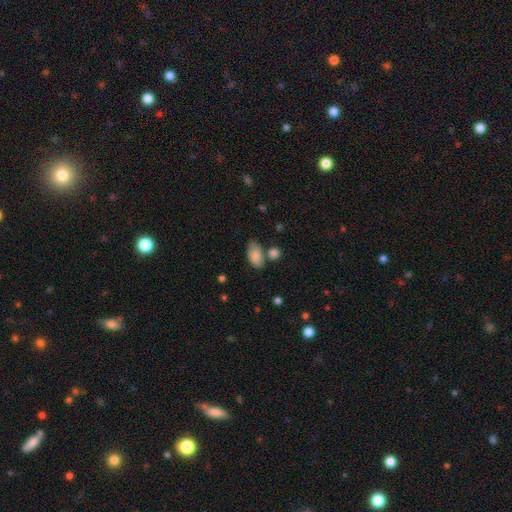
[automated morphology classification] This appears to be a smooth galaxy with no disk features (84%) that is in between round and cigar-shaped (93%). Merging: none (54%).